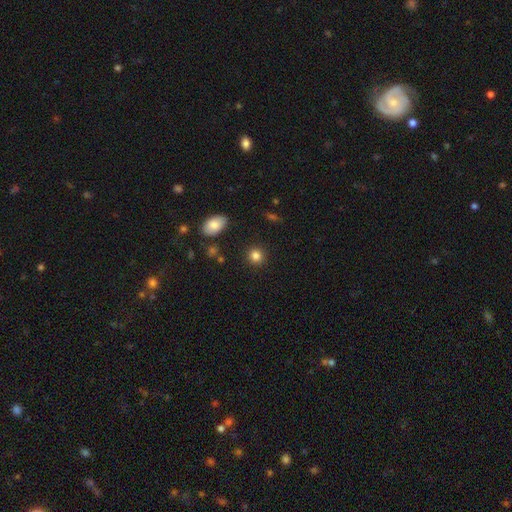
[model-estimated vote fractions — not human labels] A smooth galaxy with no disk features (83%) that is round (88%).

Vote fractions:
- Smooth or featured? smooth: 83% / star or artifact: 11% / featured or disk: 6%
- How rounded? round: 88% / in between: 11% / cigar-shaped: 1%
- Merging? none: 90% / minor disturbance: 6% / major disturbance: 2% / merger: 2%